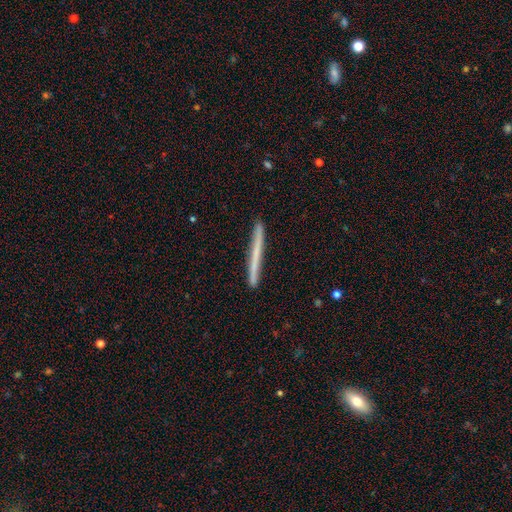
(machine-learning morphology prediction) Smooth or featured? Predicted: smooth (p=0.54). How rounded? Predicted: cigar-shaped (p=0.97). Merging? Predicted: none (p=0.92).